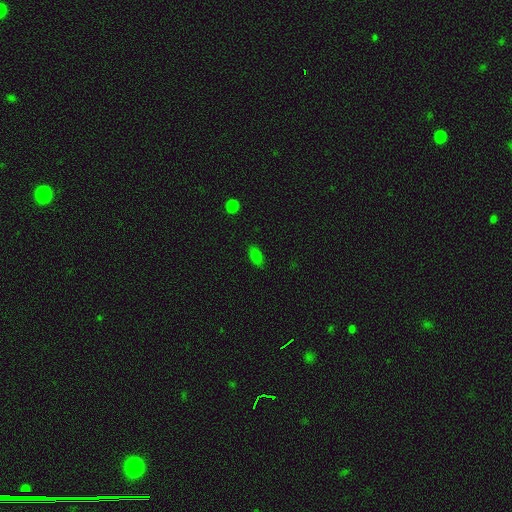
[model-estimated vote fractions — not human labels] The model was most divided on "smooth or featured": smooth: 78%, star or artifact: 14%, featured or disk: 8%. More confident: how rounded — in between (87%); merging — none (83%).